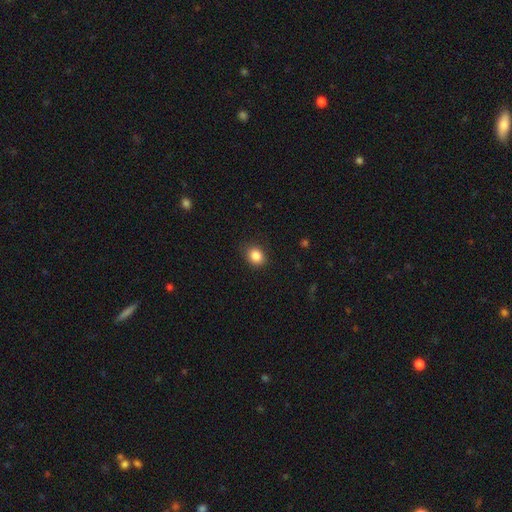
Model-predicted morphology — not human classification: Smooth or featured? Predicted: smooth (p=0.85). How rounded? Predicted: round (p=0.57). Merging? Predicted: none (p=0.85).